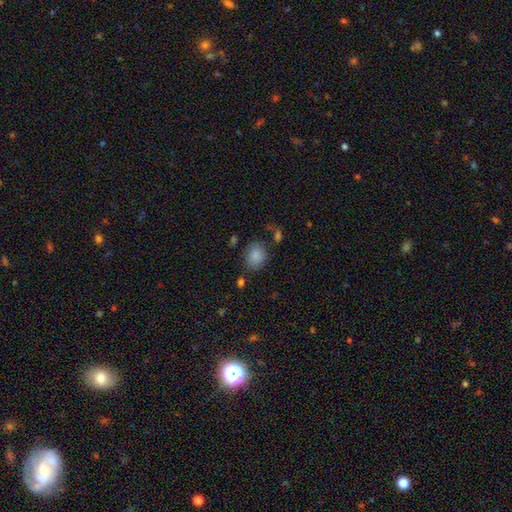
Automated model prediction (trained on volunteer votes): Smooth or featured? smooth (85%)
How rounded? round (61%)
Merging? none (71%)